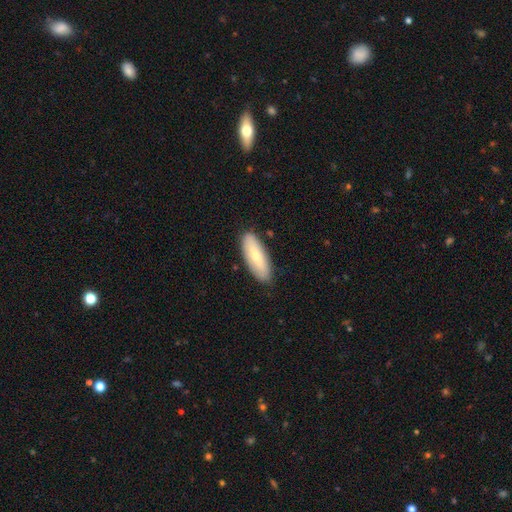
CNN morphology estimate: A smooth galaxy with no disk features (64%) that is in between round and cigar-shaped (67%).

Vote fractions:
- Smooth or featured? smooth: 64% / featured or disk: 30% / star or artifact: 6%
- How rounded? in between: 67% / cigar-shaped: 31% / round: 2%
- Merging? none: 86% / minor disturbance: 11% / major disturbance: 2% / merger: 1%